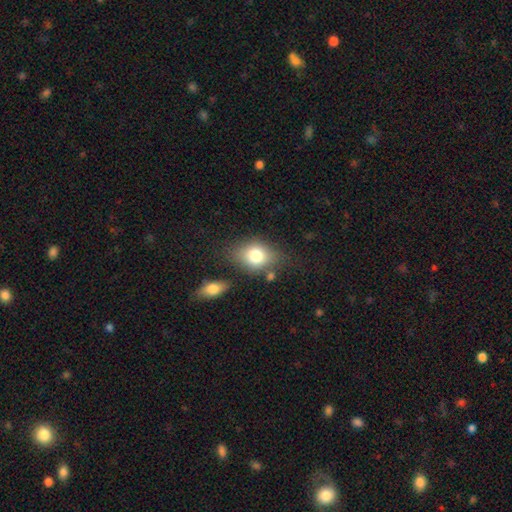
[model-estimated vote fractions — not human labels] A smooth galaxy with no disk features (78%) that is in between round and cigar-shaped (64%).

Vote fractions:
- Smooth or featured? smooth: 78% / featured or disk: 13% / star or artifact: 9%
- How rounded? in between: 64% / round: 34% / cigar-shaped: 2%
- Merging? none: 67% / minor disturbance: 18% / merger: 8% / major disturbance: 6%